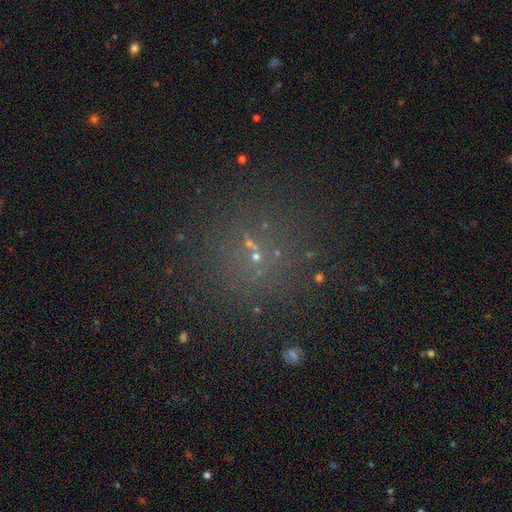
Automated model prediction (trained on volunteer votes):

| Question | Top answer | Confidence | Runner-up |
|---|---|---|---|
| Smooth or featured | star or artifact | 48% | smooth (37%) |